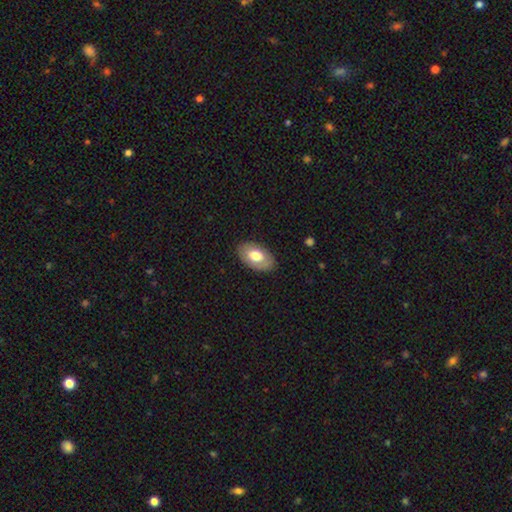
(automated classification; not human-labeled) The model was most divided on "smooth or featured": smooth: 69%, featured or disk: 25%, star or artifact: 6%. More confident: how rounded — in between (92%); merging — none (85%).